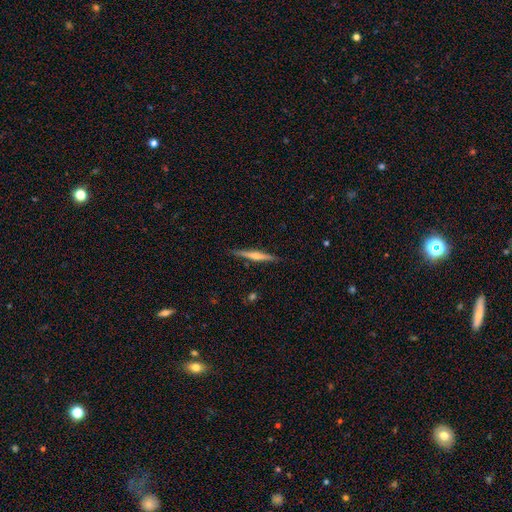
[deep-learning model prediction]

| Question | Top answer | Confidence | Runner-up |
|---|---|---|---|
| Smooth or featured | featured or disk | 68% | smooth (26%) |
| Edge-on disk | yes | 98% | no (2%) |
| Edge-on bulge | rounded | 78% | none (14%) |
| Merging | none | 90% | minor disturbance (8%) |